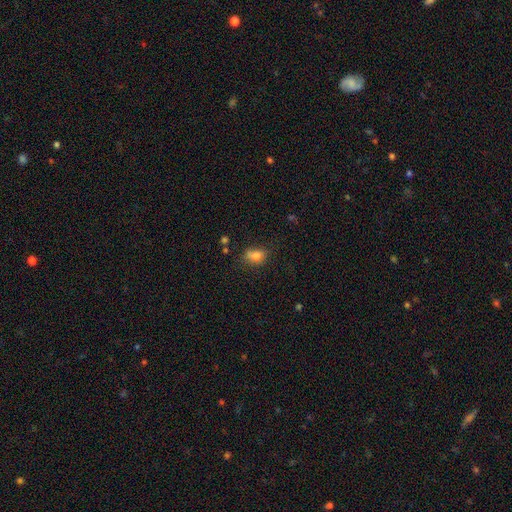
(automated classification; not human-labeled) Q: Smooth or featured?
A: smooth (76%); runner-up: star or artifact (12%)
Q: How rounded?
A: in between (62%); runner-up: round (36%)
Q: Merging?
A: none (56%); runner-up: minor disturbance (24%)